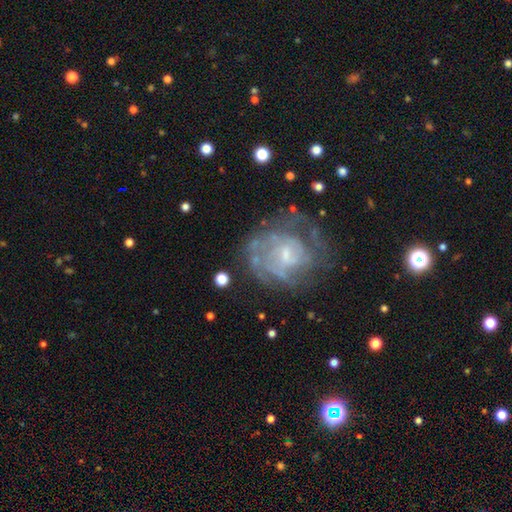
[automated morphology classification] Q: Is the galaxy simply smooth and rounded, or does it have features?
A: featured or disk — 78%.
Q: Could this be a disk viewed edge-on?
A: no — 98%.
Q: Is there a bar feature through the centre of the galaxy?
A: no — 50%.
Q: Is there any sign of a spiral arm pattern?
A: yes — 81%.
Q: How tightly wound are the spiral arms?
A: tight — 57%.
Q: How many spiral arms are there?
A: can't tell — 52%.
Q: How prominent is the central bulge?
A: small — 61%.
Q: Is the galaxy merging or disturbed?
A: none — 62%.